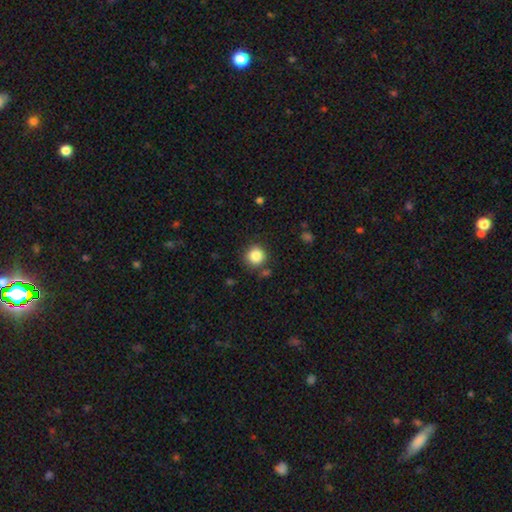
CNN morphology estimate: This appears to be a smooth galaxy with no disk features (86%) that is round (93%). Merging: none (84%).